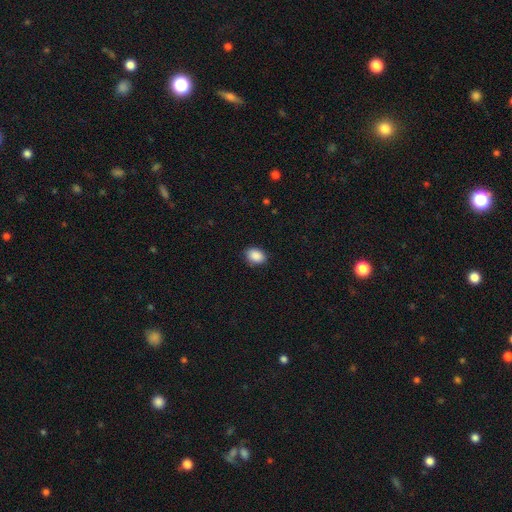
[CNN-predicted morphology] smooth_or_featured: smooth (p=0.89) [alt: star or artifact p=0.08]
how_rounded: in between (p=0.77) [alt: round p=0.22]
merging: none (p=0.86) [alt: minor disturbance p=0.11]